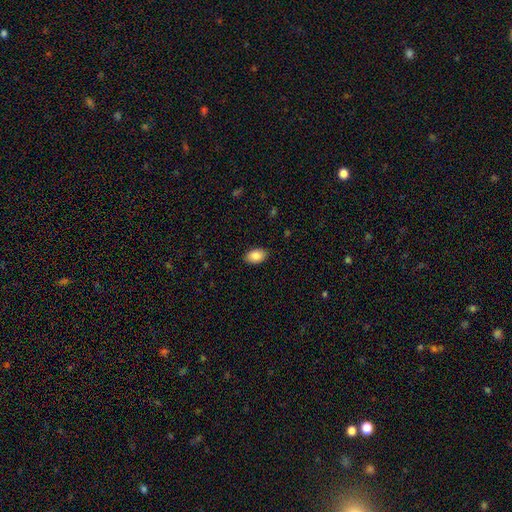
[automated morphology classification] A smooth galaxy with no disk features (88%) that is in between round and cigar-shaped (91%). Merging: none (88%).